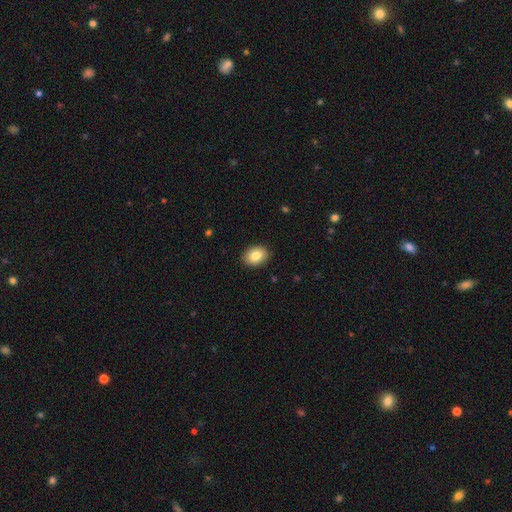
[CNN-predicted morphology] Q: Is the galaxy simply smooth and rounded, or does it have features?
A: smooth — 85%.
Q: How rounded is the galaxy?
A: in between — 68%.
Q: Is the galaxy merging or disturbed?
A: none — 90%.